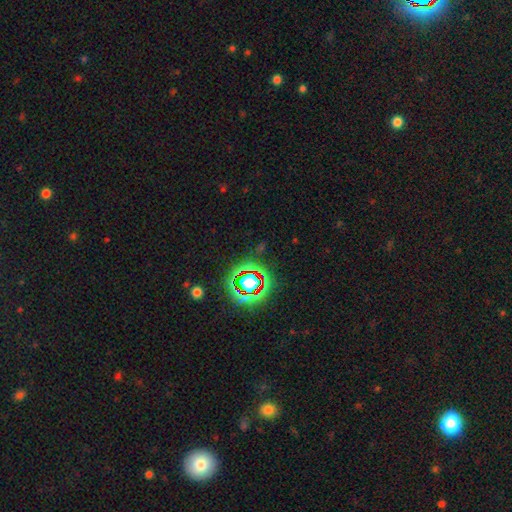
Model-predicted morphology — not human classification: Smooth or featured? Predicted: star or artifact (p=0.77).